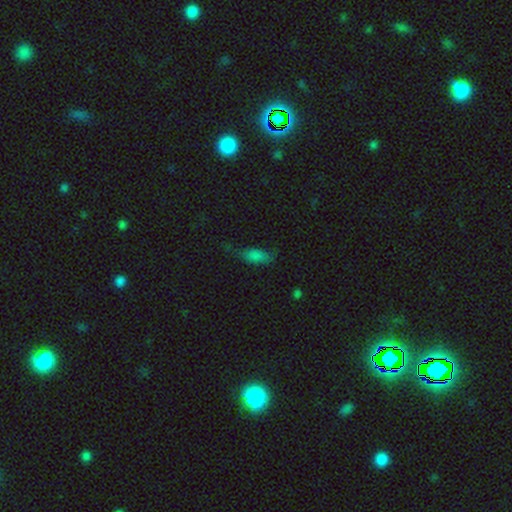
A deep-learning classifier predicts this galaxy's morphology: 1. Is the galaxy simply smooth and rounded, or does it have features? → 78% smooth, 11% star or artifact, 11% featured or disk.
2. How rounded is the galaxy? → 82% in between, 14% cigar-shaped, 3% round.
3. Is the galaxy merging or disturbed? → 49% none, 33% minor disturbance, 15% major disturbance, 3% merger.